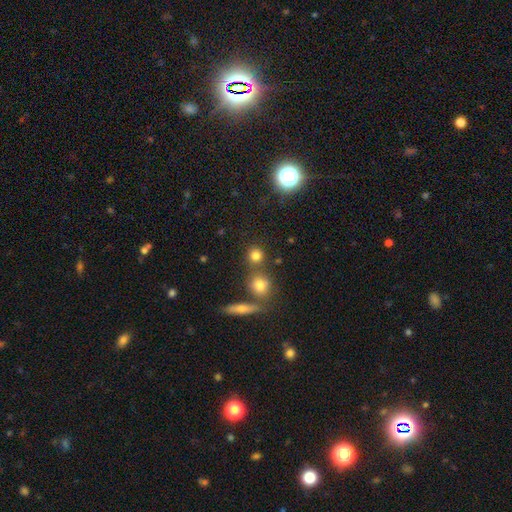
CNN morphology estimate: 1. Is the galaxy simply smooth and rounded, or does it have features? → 78% smooth, 14% star or artifact, 8% featured or disk.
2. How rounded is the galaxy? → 88% round, 10% in between, 2% cigar-shaped.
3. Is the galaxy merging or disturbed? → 71% none, 17% merger, 8% minor disturbance, 3% major disturbance.